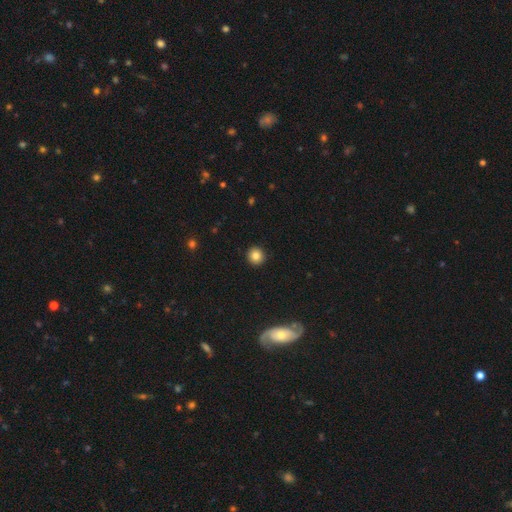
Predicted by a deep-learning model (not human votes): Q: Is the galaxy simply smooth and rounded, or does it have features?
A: smooth — 84%.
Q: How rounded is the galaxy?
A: round — 94%.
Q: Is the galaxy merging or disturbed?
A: none — 92%.